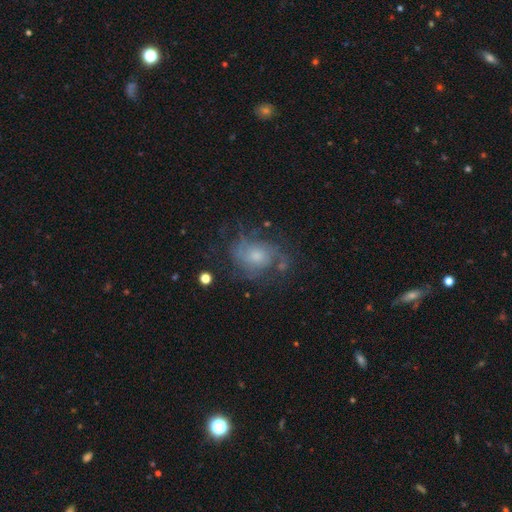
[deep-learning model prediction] Smooth or featured?
  - featured or disk: 66% *
  - smooth: 23%
  - star or artifact: 11%
Edge-on disk?
  - no: 97% *
  - yes: 3%
Bar?
  - no: 78% *
  - weak: 19%
  - strong: 3%
Spiral arms?
  - yes: 80% *
  - no: 20%
Spiral winding?
  - tight: 43% *
  - medium: 40%
  - loose: 17%
Spiral arm count?
  - can't tell: 45% *
  - 2: 24%
  - 3: 15%
  - 4: 7%
  - 1: 5%
  - more than 4: 5%
Bulge size?
  - moderate: 46% *
  - small: 36%
  - large: 10%
  - none: 7%
  - dominant: 2%
Merging?
  - none: 59% *
  - minor disturbance: 21%
  - major disturbance: 16%
  - merger: 3%